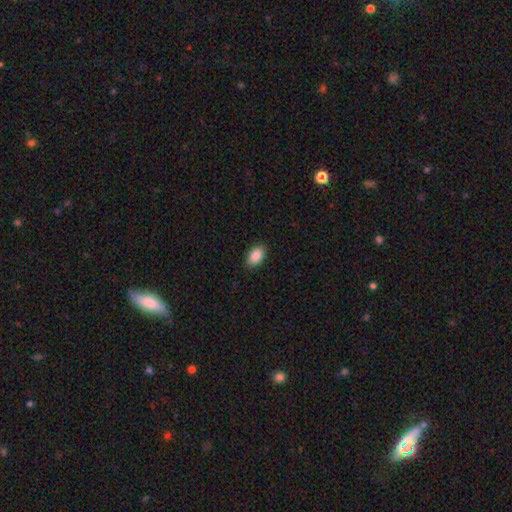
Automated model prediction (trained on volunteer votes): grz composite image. It shows a smooth galaxy with no disk features (88%) that is in between round and cigar-shaped (93%). Merging: none (90%).